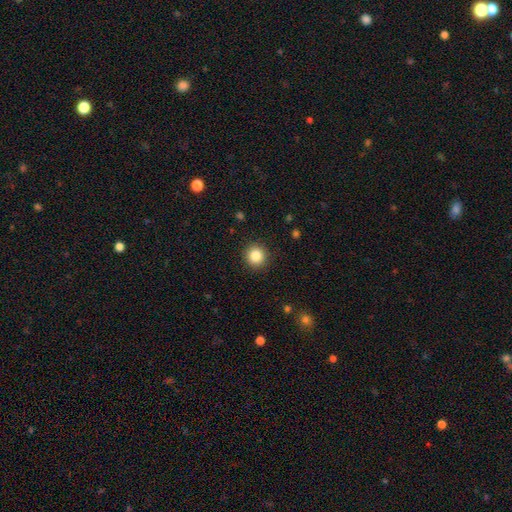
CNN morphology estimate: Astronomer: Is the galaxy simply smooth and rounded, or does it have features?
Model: smooth — 86%.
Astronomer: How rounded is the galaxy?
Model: round — 93%.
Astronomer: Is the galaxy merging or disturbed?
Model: none — 91%.